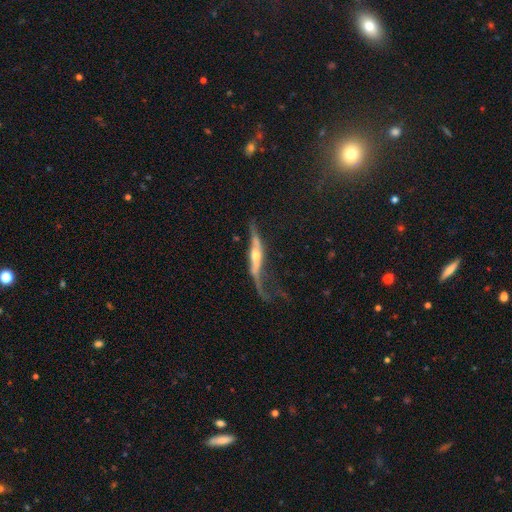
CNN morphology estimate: smooth-or-featured: featured or disk: 73% | smooth: 21% | star or artifact: 6%
  disk-edge-on: yes: 73% | no: 27%
    edge-on-bulge: rounded: 82% | none: 10% | boxy: 8%
  merging: major disturbance: 44% | none: 28% | minor disturbance: 22% | merger: 6%